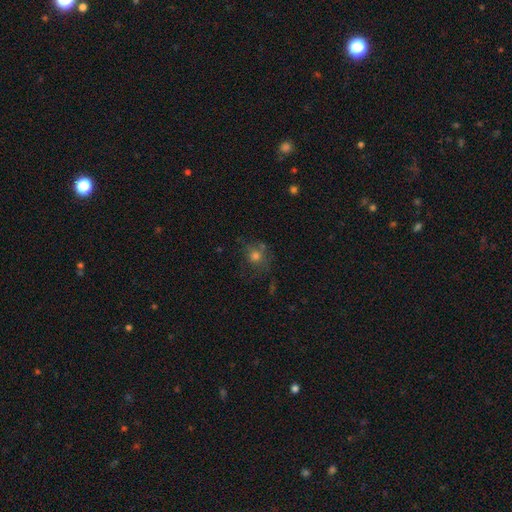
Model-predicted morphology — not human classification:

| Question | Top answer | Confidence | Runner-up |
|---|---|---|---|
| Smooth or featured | smooth | 62% | star or artifact (21%) |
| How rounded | round | 81% | in between (17%) |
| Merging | none | 62% | minor disturbance (19%) |